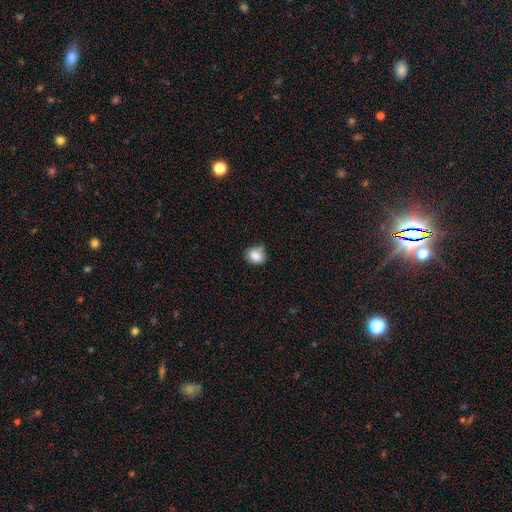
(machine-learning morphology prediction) smooth 85%, star or artifact 9%, featured or disk 6%. Down the decision tree: how rounded — round (67%); merging — none (60%).